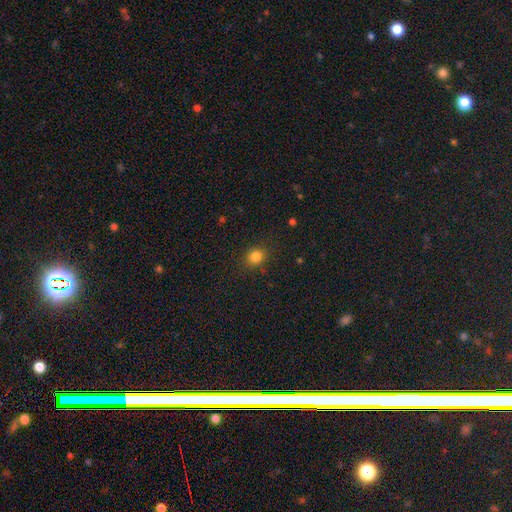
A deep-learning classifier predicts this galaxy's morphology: A smooth galaxy with no disk features (82%) that is round (70%).

Vote fractions:
- Smooth or featured? smooth: 82% / star or artifact: 13% / featured or disk: 5%
- How rounded? round: 70% / in between: 29% / cigar-shaped: 1%
- Merging? none: 87% / minor disturbance: 9% / major disturbance: 3% / merger: 1%